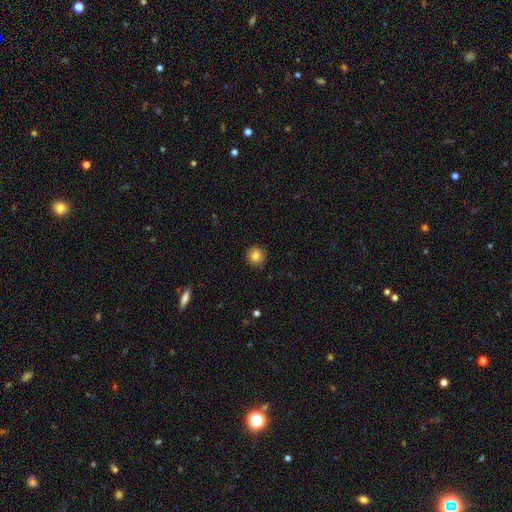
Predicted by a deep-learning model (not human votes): smooth 83%, star or artifact 10%, featured or disk 7%. Down the decision tree: how rounded — round (93%); merging — none (90%).